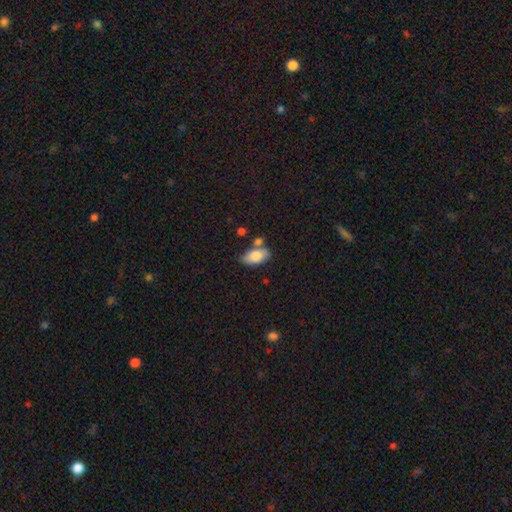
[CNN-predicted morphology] The model was most divided on "merging": none: 65%, minor disturbance: 16%, merger: 15%, major disturbance: 4%. More confident: how rounded — in between (93%); smooth or featured — smooth (79%).